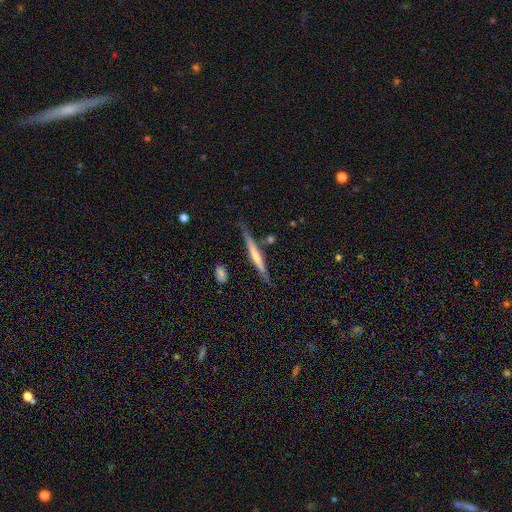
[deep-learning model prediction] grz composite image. It shows a featured or disk galaxy (51%) viewed edge-on (95%). Merging: none (78%).